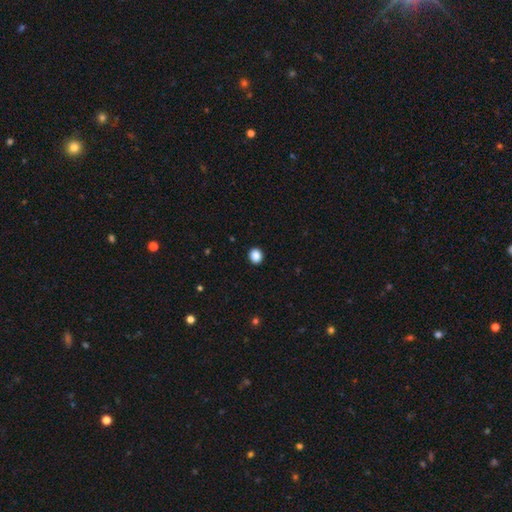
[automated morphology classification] The model was most divided on "how rounded": round: 72%, in between: 27%, cigar-shaped: 1%. More confident: merging — none (92%); smooth or featured — smooth (88%).